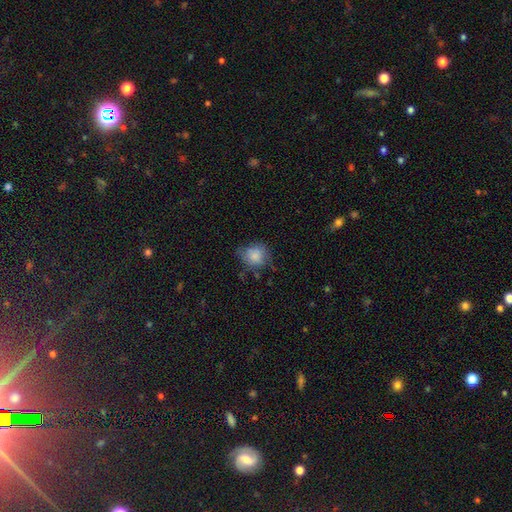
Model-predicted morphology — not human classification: smooth_or_featured: smooth (p=0.81) [alt: featured or disk p=0.10]
how_rounded: round (p=0.75) [alt: in between p=0.24]
merging: none (p=0.57) [alt: minor disturbance p=0.31]